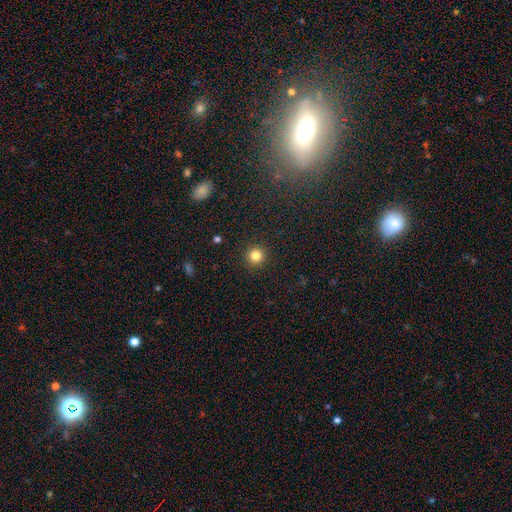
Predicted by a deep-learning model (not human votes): smooth-or-featured: smooth: 83% | star or artifact: 12% | featured or disk: 5%
  how-rounded: round: 95% | in between: 4% | cigar-shaped: 1%
  merging: none: 92% | minor disturbance: 5% | major disturbance: 2% | merger: 1%